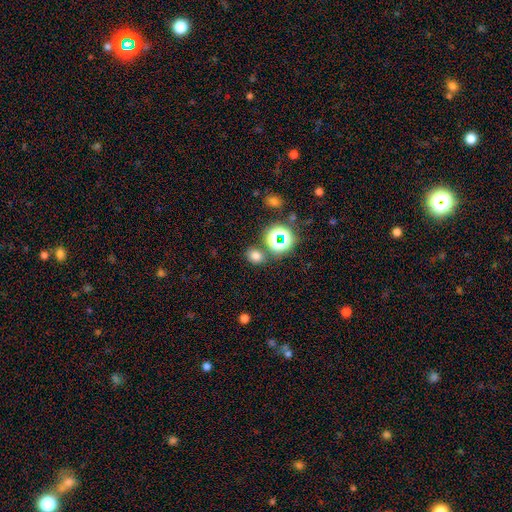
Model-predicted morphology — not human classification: Smooth or featured? Predicted: smooth (p=0.69). How rounded? Predicted: round (p=0.62). Merging? Predicted: none (p=0.79).